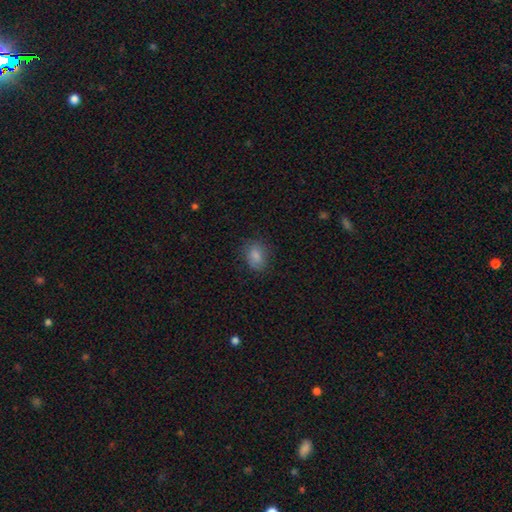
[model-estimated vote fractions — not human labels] Overall: smooth (83%). How rounded: in between (71%). Merging: none (77%).